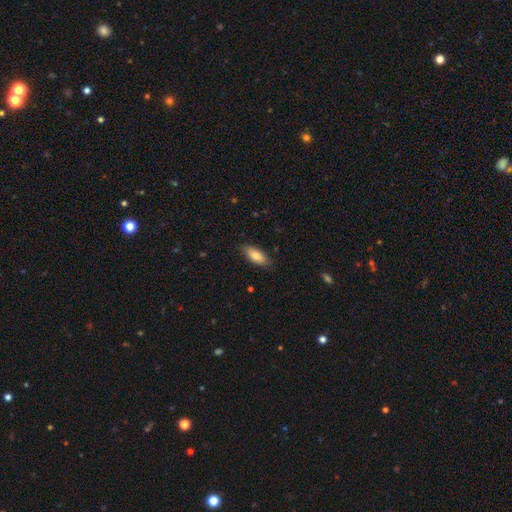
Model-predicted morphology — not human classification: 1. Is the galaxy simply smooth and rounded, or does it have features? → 81% smooth, 12% featured or disk, 6% star or artifact.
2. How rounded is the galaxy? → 78% in between, 20% cigar-shaped, 2% round.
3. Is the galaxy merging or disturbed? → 85% none, 12% minor disturbance, 2% major disturbance, 1% merger.